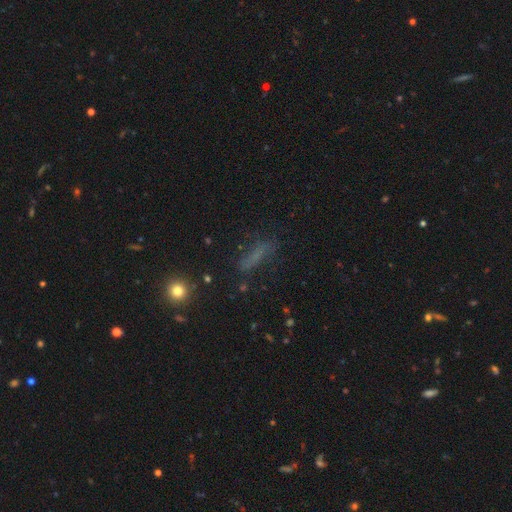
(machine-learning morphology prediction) Smooth or featured: smooth — 55% (featured or disk — 24%)
How rounded: cigar-shaped — 71% (in between — 24%)
Merging: none — 66% (minor disturbance — 19%)